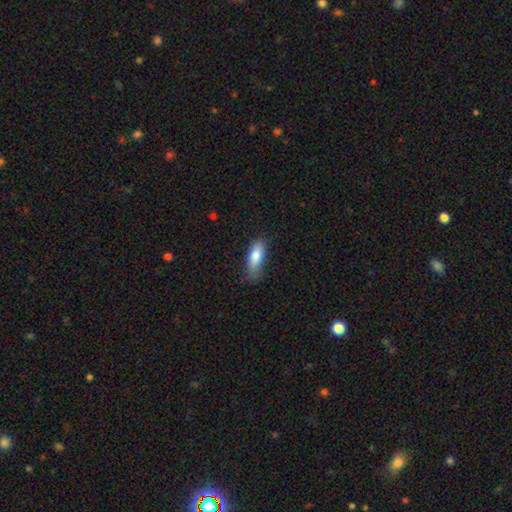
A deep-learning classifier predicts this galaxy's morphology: A smooth galaxy with no disk features (82%) that is in between round and cigar-shaped (72%). Merging: none (62%).